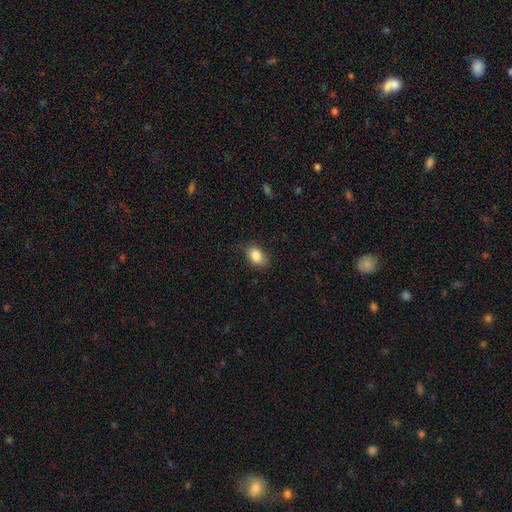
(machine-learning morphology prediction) Smooth or featured: smooth — 84% (star or artifact — 8%)
How rounded: in between — 82% (round — 17%)
Merging: none — 79% (minor disturbance — 16%)